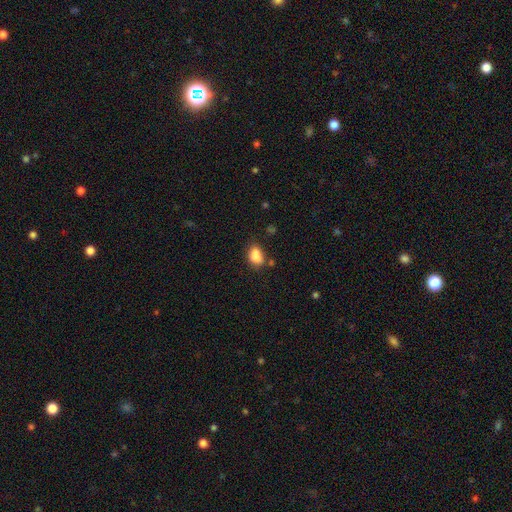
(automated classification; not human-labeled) smooth_or_featured: smooth (p=0.85) [alt: star or artifact p=0.10]
how_rounded: in between (p=0.79) [alt: round p=0.20]
merging: none (p=0.59) [alt: minor disturbance p=0.24]